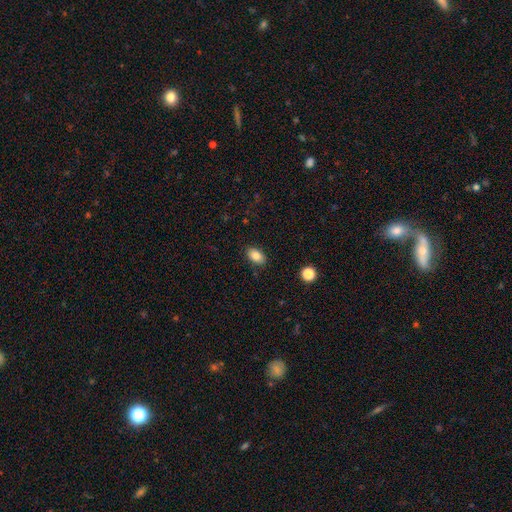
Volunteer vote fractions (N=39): Q: Smooth or featured?
A: smooth (87%); runner-up: star or artifact (10%)
Q: How rounded?
A: in between (79%); runner-up: round (21%)
Q: Merging?
A: none (86%); runner-up: minor disturbance (6%)